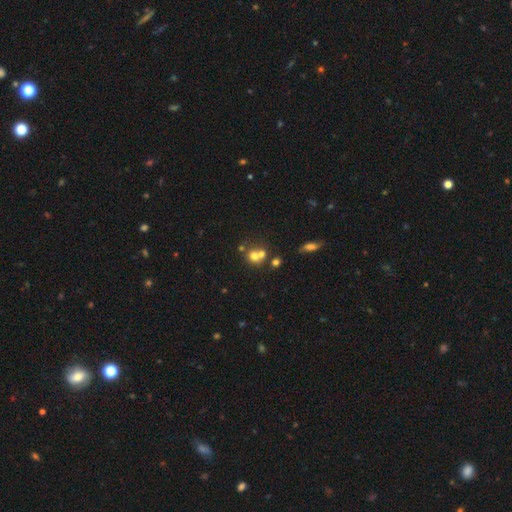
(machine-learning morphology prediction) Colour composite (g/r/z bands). It shows a smooth galaxy with no disk features (66%) that is round (80%). Merging: merger (50%).